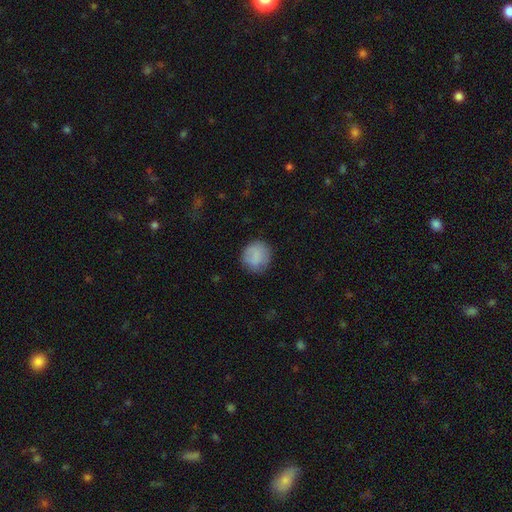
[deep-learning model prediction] smooth-or-featured: smooth: 83% | featured or disk: 9% | star or artifact: 7%
  how-rounded: round: 88% | in between: 11% | cigar-shaped: 1%
  merging: none: 78% | minor disturbance: 16% | major disturbance: 5% | merger: 1%